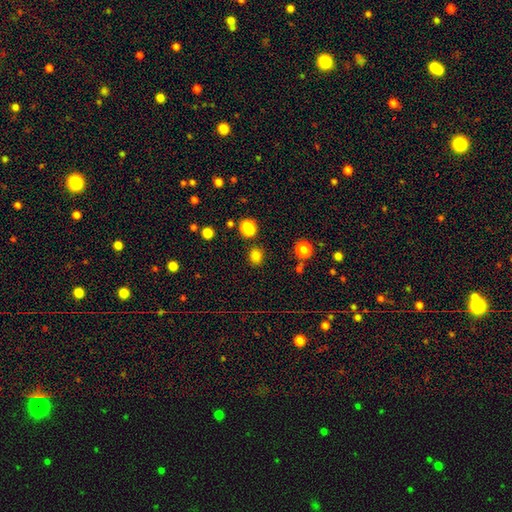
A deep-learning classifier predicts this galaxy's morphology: type=smooth (79%); roundness=round (62%); merging=none (80%).